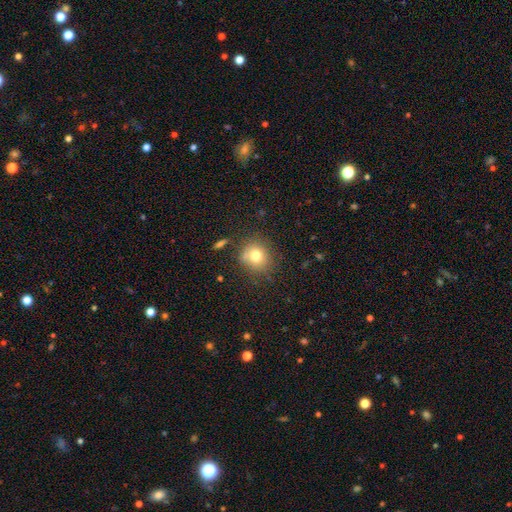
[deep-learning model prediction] This appears to be a smooth galaxy with no disk features (76%) that is round (86%). Merging: none (76%).